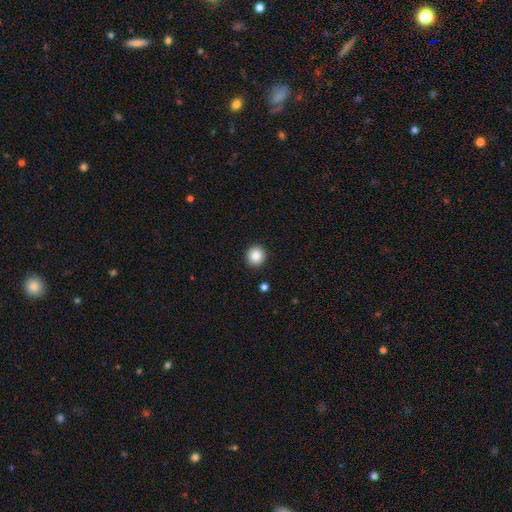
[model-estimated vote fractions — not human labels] Overall: smooth (86%). How rounded: round (91%). Merging: none (92%).